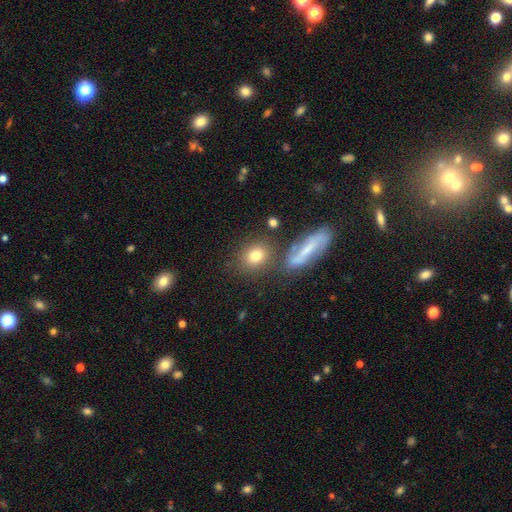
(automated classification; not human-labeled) Smooth or featured? Predicted: smooth (p=0.77). How rounded? Predicted: round (p=0.60). Merging? Predicted: none (p=0.72).